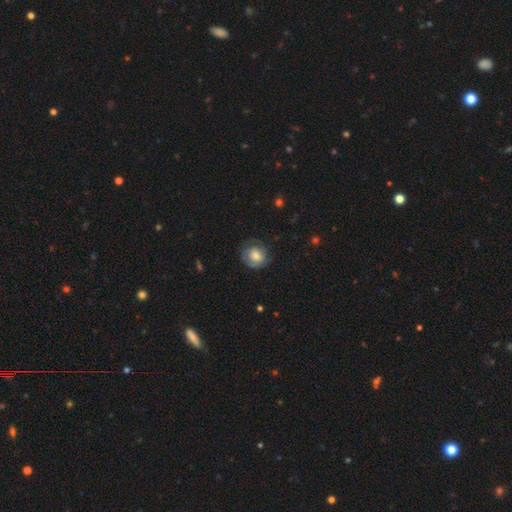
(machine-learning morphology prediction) type=smooth (51%); roundness=round (80%); merging=none (67%).